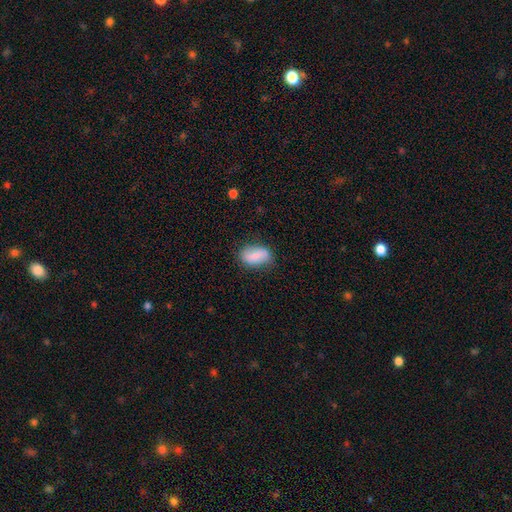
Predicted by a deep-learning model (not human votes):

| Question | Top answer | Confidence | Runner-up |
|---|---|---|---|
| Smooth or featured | smooth | 77% | featured or disk (16%) |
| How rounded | in between | 88% | round (9%) |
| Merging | none | 74% | minor disturbance (20%) |